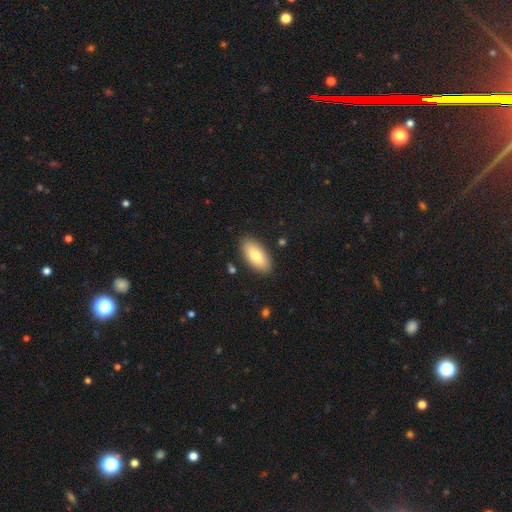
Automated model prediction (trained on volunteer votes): Smooth or featured? smooth (78%)
How rounded? in between (90%)
Merging? none (87%)